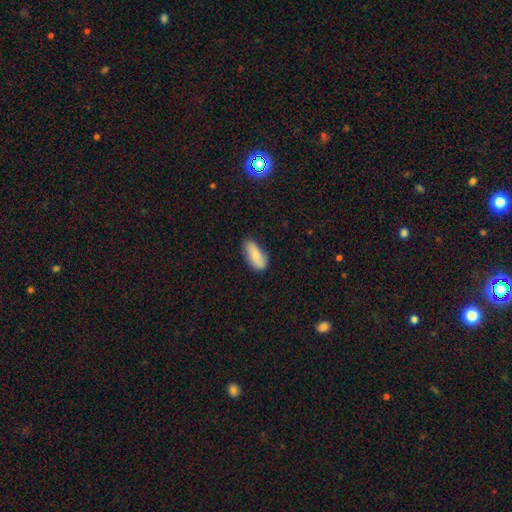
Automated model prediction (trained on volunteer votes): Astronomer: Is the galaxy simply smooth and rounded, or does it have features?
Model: smooth — 77%.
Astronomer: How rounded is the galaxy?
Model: in between — 87%.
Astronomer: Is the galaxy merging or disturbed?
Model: none — 72%.